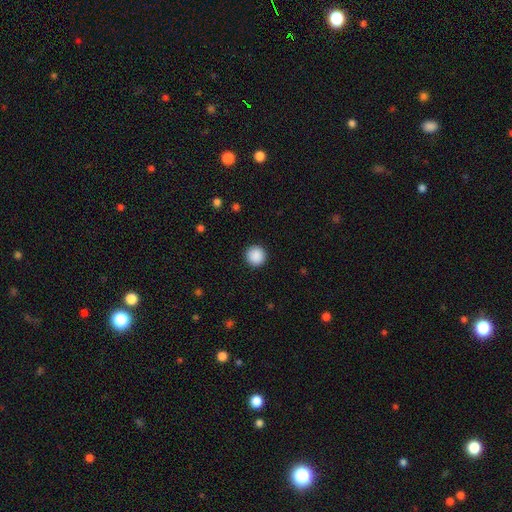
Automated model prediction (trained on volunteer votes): This is clearly a smooth galaxy (90%). How rounded: clearly round (96%). Merging: clearly none (93%).